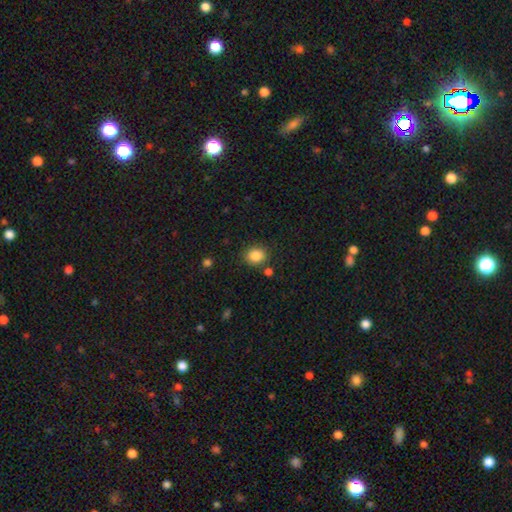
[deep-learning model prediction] The model was most divided on "how rounded": round: 63%, in between: 36%, cigar-shaped: 1%. More confident: smooth or featured — smooth (86%); merging — none (79%).